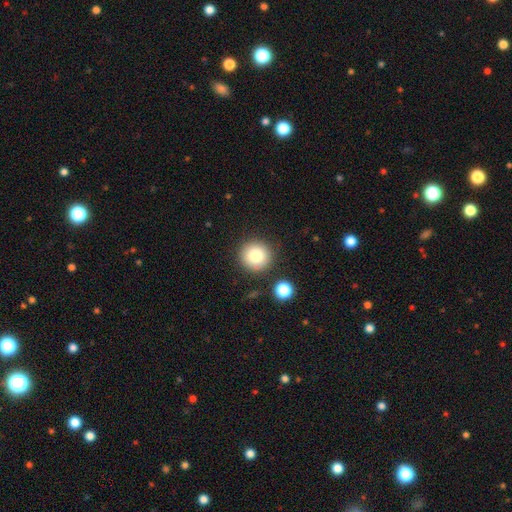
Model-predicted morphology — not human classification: Smooth or featured? smooth (81%)
How rounded? round (94%)
Merging? none (86%)